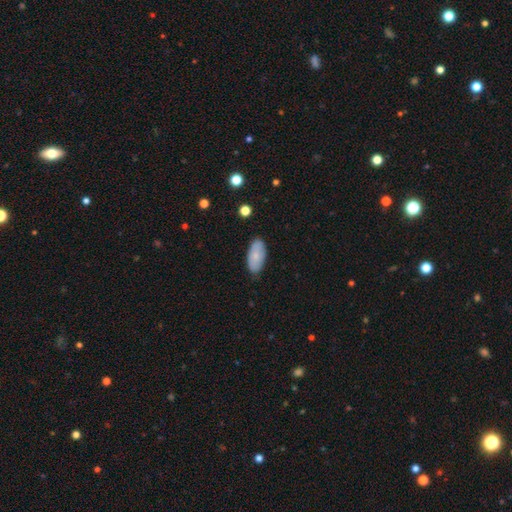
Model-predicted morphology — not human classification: This appears to be a smooth galaxy with no disk features (74%) that is in between round and cigar-shaped (92%). Merging: none (82%).